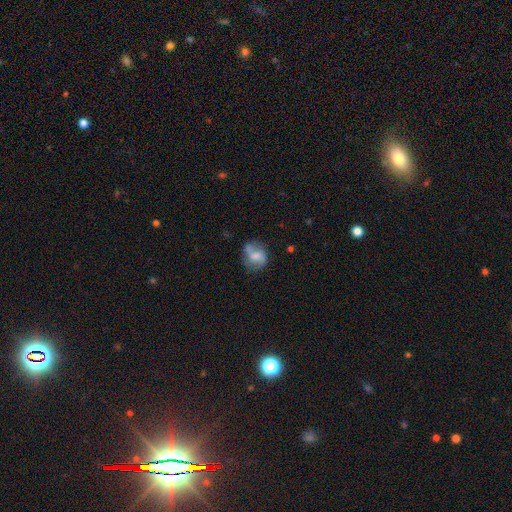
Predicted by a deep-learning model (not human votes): The model was most divided on "smooth or featured": smooth: 49%, featured or disk: 42%, star or artifact: 9%. Remaining: merging — none (45%).